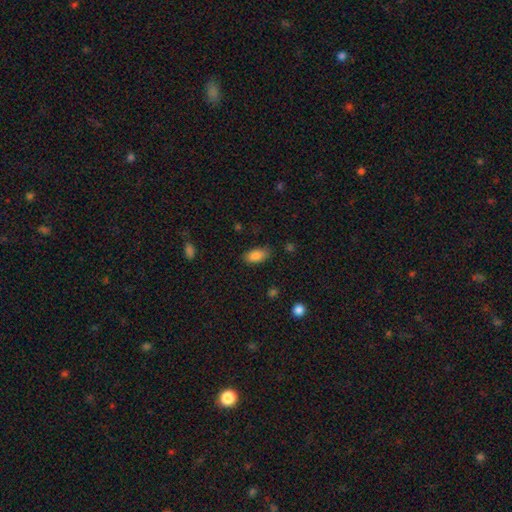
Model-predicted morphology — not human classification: smooth_or_featured: smooth (p=0.86) [alt: star or artifact p=0.08]
how_rounded: in between (p=0.92) [alt: cigar-shaped p=0.05]
merging: none (p=0.82) [alt: minor disturbance p=0.14]